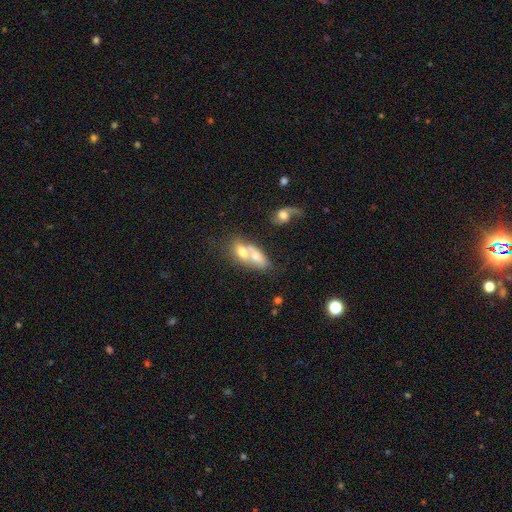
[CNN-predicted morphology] The model was most divided on "smooth or featured": smooth: 59%, featured or disk: 32%, star or artifact: 9%. More confident: how rounded — in between (75%); merging — merger (73%).